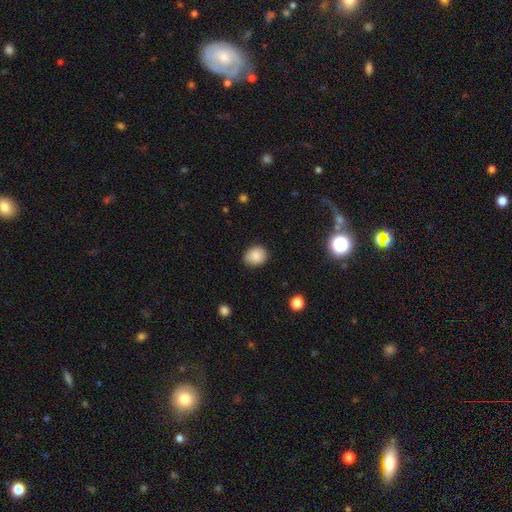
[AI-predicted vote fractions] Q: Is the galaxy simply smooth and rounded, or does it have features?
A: smooth — 85%.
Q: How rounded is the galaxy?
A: round — 68%.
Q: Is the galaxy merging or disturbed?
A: none — 77%.